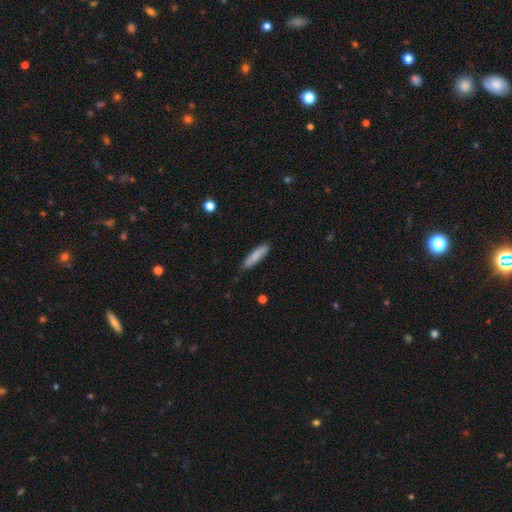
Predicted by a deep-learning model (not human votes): Morphology: type=smooth (81%); roundness=cigar-shaped (74%); merging=none (83%).